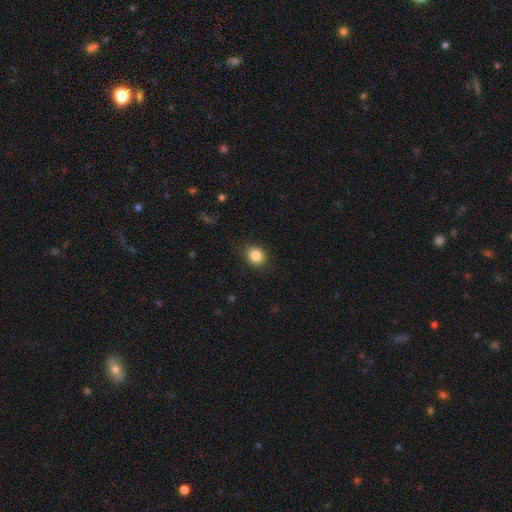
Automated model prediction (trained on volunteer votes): A smooth galaxy with no disk features (86%) that is round (65%).

Vote fractions:
- Smooth or featured? smooth: 86% / star or artifact: 10% / featured or disk: 5%
- How rounded? round: 65% / in between: 34% / cigar-shaped: 1%
- Merging? none: 87% / minor disturbance: 9% / major disturbance: 3% / merger: 1%